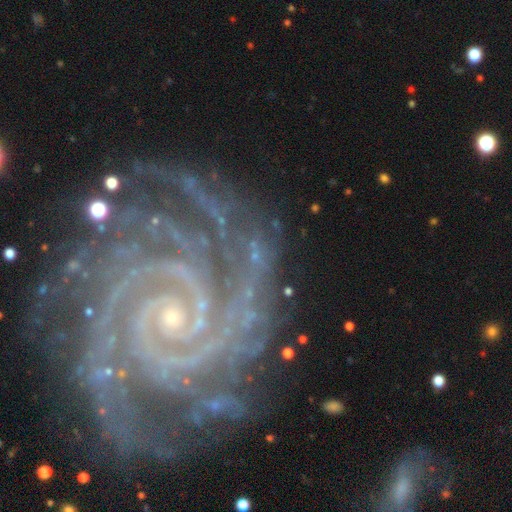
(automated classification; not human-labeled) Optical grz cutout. It shows a featured or disk galaxy (80%) with no bar (50%), 2 (23%) tight (72%) spiral arms (96%) and a small central bulge (66%). Merging: none (69%).